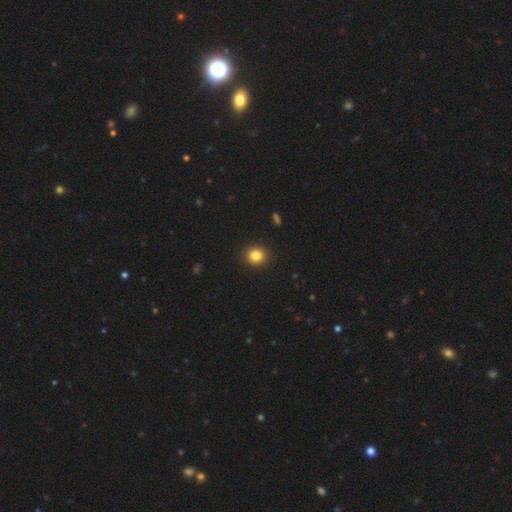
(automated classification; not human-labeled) The model was most divided on "how rounded": round: 85%, in between: 14%, cigar-shaped: 1%. More confident: merging — none (92%); smooth or featured — smooth (84%).